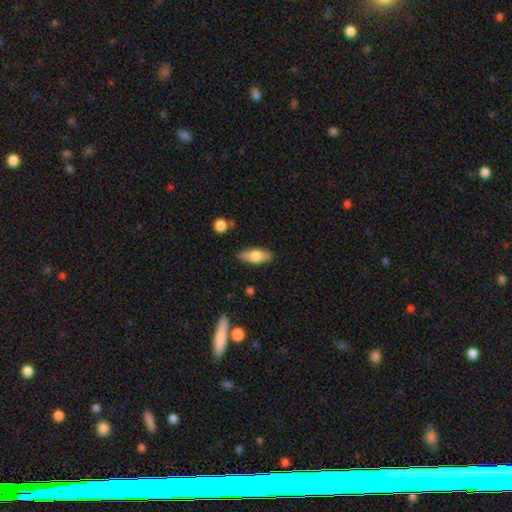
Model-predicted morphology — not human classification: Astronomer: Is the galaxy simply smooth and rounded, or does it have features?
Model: smooth — 63%.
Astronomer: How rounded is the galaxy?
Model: in between — 69%.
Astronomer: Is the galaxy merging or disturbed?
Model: none — 85%.